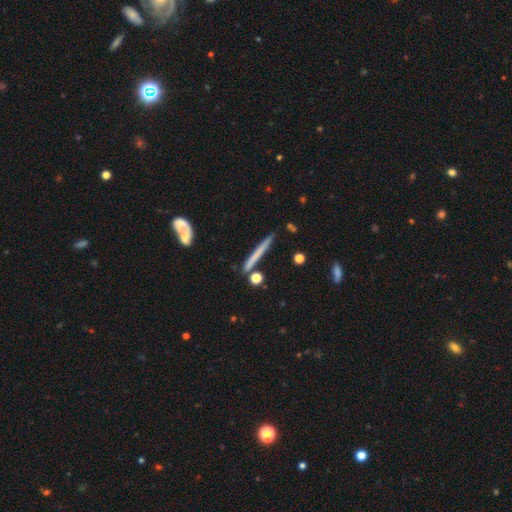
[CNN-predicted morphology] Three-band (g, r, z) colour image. It shows a smooth galaxy with no disk features (52%) that is cigar-shaped (95%). Merging: none (83%).